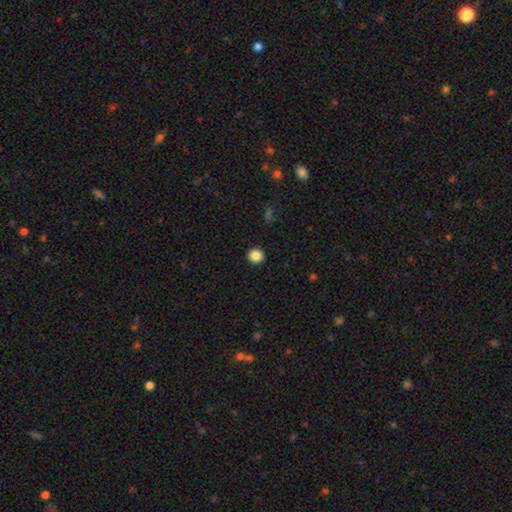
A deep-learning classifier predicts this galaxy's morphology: type=smooth (87%); roundness=round (92%); merging=none (93%).